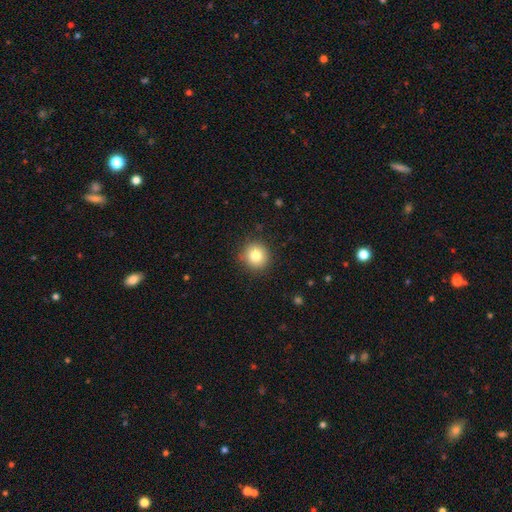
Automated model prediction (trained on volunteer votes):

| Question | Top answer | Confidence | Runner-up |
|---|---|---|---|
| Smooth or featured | smooth | 81% | star or artifact (10%) |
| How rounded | round | 93% | in between (6%) |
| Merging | none | 89% | minor disturbance (8%) |